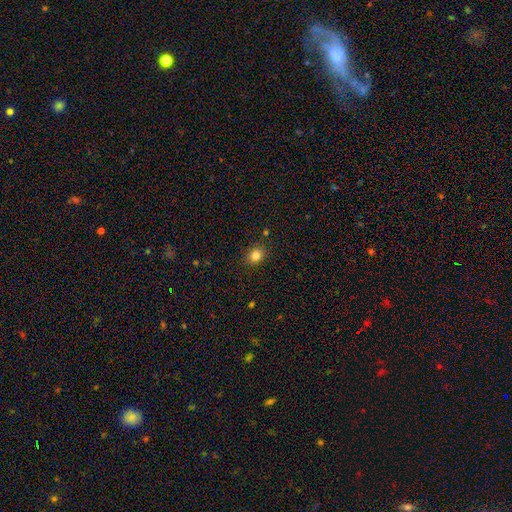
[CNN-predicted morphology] Overall: smooth (82%). How rounded: round (51%; in between 48%). Merging: none (86%).